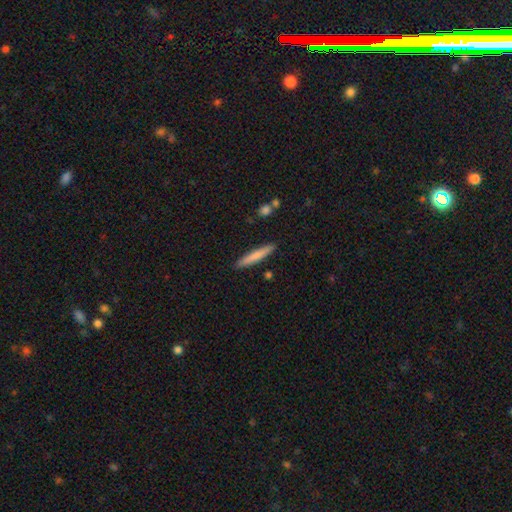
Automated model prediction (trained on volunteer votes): smooth_or_featured: smooth (p=0.75) [alt: featured or disk p=0.19]
how_rounded: cigar-shaped (p=0.94) [alt: in between p=0.05]
merging: none (p=0.89) [alt: minor disturbance p=0.07]